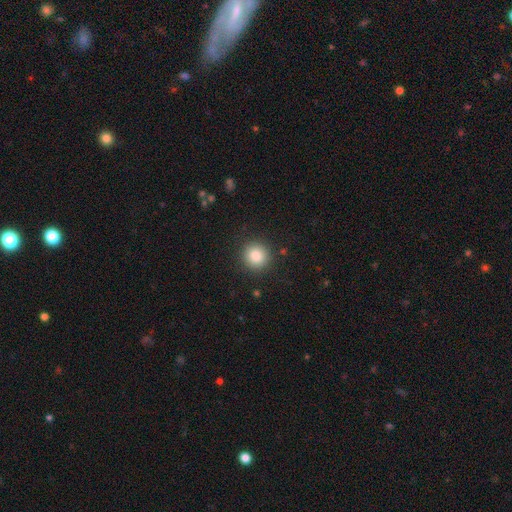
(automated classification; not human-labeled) A smooth galaxy with no disk features (86%) that is round (93%). Merging: none (90%).